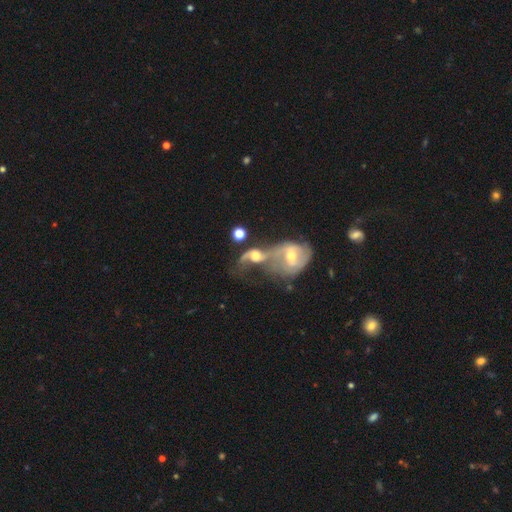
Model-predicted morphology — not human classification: The model was most divided on "bar": no: 47%, weak: 39%, strong: 14%. More confident: edge-on disk — no (94%); spiral arms — yes (81%); merging — merger (71%); spiral arm count — 2 (71%); smooth or featured — featured or disk (70%); spiral winding — loose (63%); bulge size — moderate (62%).